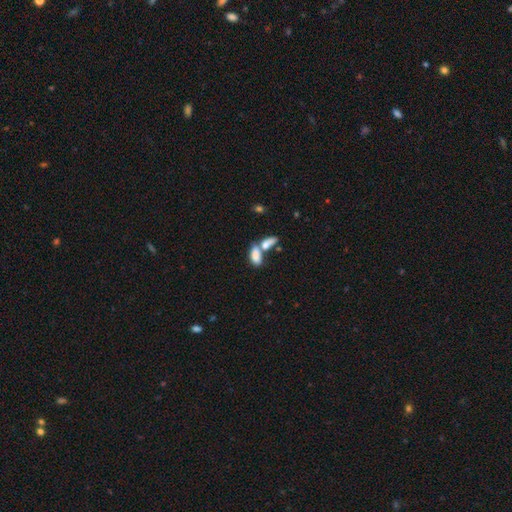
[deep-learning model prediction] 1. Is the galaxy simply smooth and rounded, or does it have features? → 80% smooth, 12% featured or disk, 8% star or artifact.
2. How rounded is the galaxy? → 87% in between, 9% cigar-shaped, 4% round.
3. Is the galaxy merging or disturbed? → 58% merger, 28% none, 9% minor disturbance, 5% major disturbance.